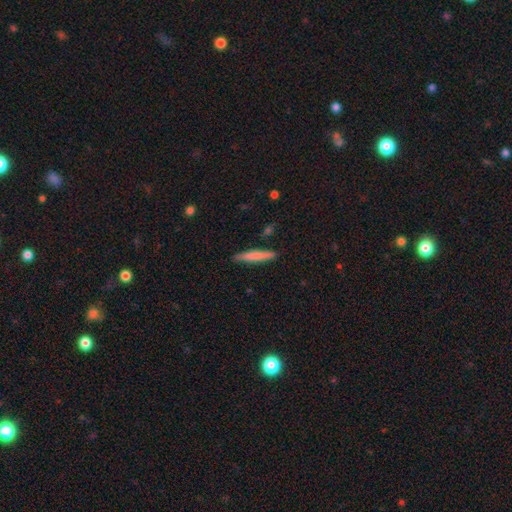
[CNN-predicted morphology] Q: Smooth or featured?
A: smooth (72%); runner-up: featured or disk (23%)
Q: How rounded?
A: cigar-shaped (94%); runner-up: in between (5%)
Q: Merging?
A: none (87%); runner-up: minor disturbance (9%)